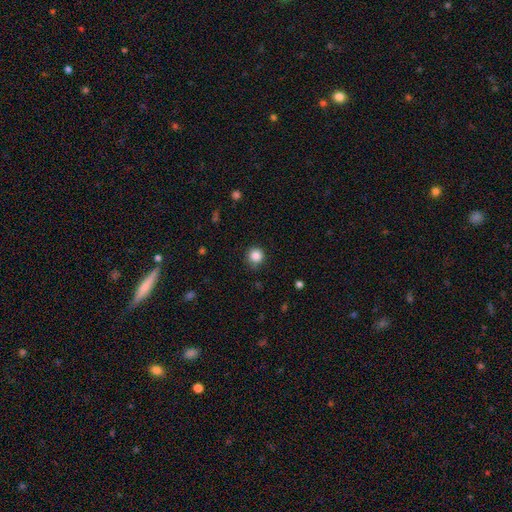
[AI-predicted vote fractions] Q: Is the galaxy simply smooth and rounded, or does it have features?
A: smooth — 86%.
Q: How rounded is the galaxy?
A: round — 94%.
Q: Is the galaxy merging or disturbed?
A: none — 87%.